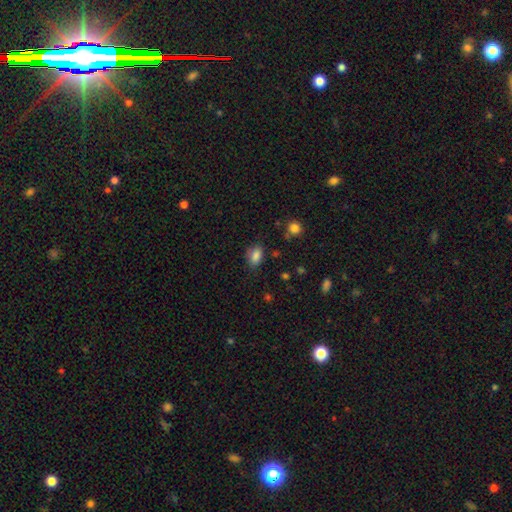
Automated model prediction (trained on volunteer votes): smooth_or_featured: smooth (p=0.84) [alt: star or artifact p=0.10]
how_rounded: in between (p=0.82) [alt: round p=0.15]
merging: none (p=0.74) [alt: minor disturbance p=0.19]